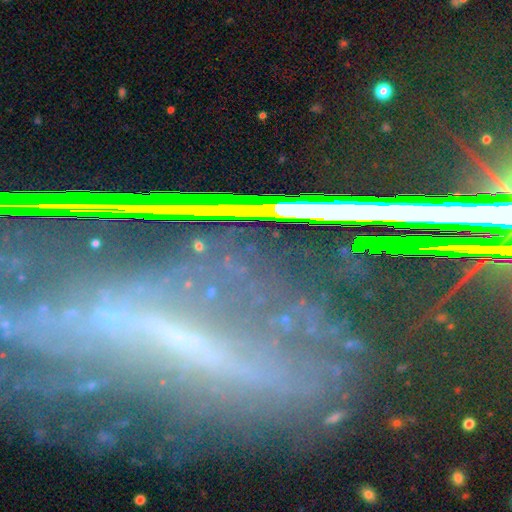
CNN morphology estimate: The model was most divided on "smooth or featured": star or artifact: 48%, featured or disk: 39%, smooth: 13%.